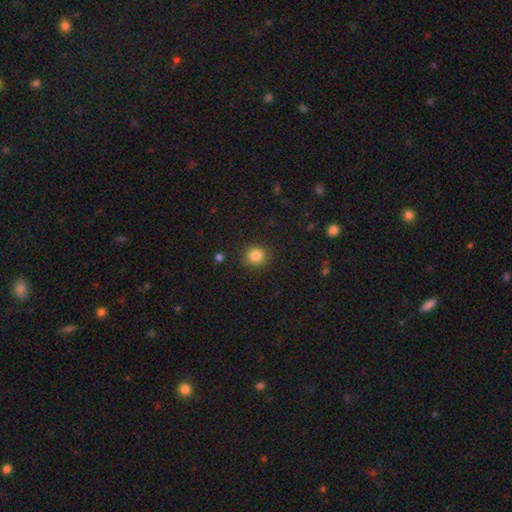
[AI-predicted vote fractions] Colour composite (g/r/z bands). It shows a smooth galaxy with no disk features (85%) that is round (85%). Merging: none (89%).